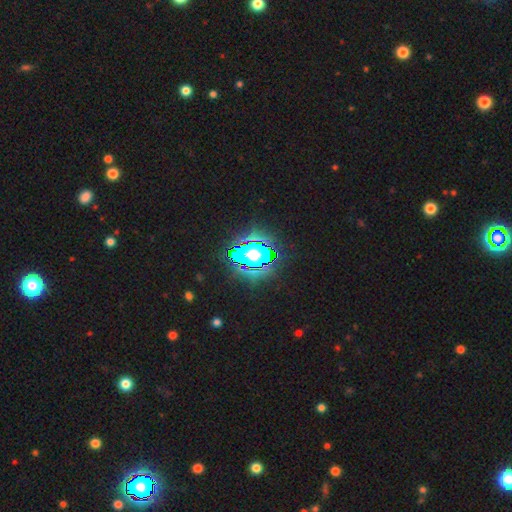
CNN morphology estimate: A star or artifact, not a galaxy (82%).